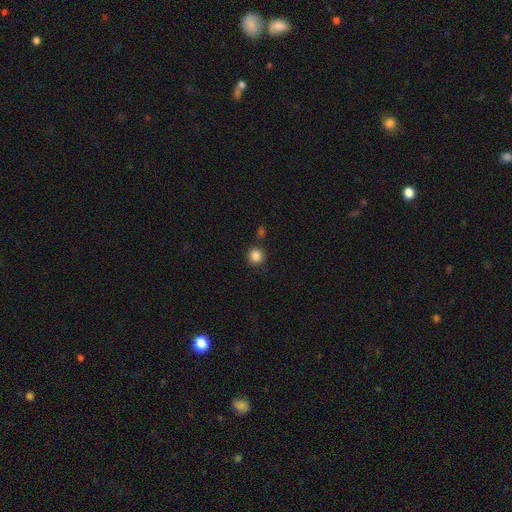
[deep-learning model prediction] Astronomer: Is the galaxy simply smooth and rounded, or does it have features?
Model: smooth — 86%.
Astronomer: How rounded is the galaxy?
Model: round — 94%.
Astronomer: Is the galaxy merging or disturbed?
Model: none — 84%.